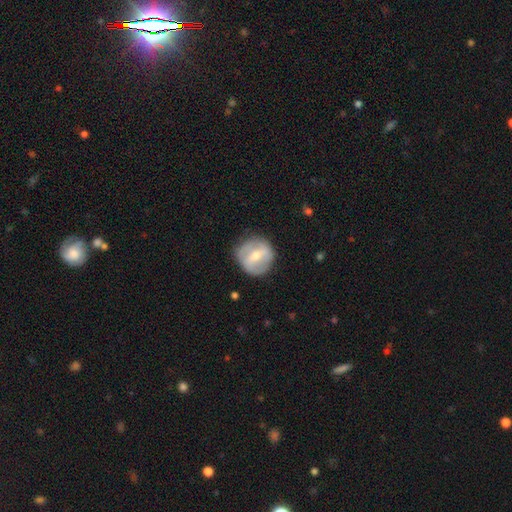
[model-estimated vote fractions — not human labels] Q: Smooth or featured?
A: featured or disk (60%); runner-up: smooth (34%)
Q: Edge-on disk?
A: no (95%); runner-up: yes (5%)
Q: Bar?
A: weak (42%); runner-up: strong (40%)
Q: Spiral arms?
A: yes (54%); runner-up: no (46%)
Q: Bulge size?
A: moderate (56%); runner-up: small (38%)
Q: Merging?
A: none (78%); runner-up: minor disturbance (15%)